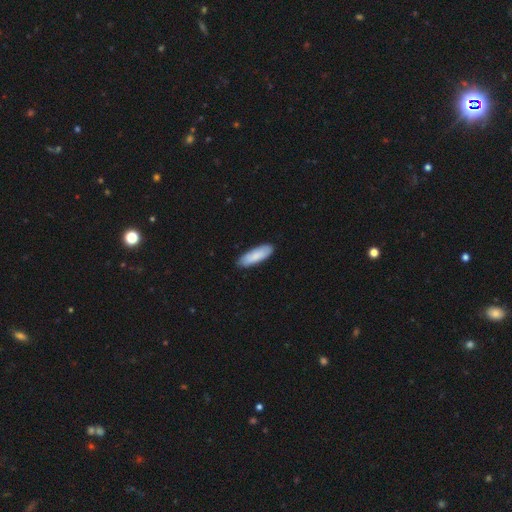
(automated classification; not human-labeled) A smooth galaxy with no disk features (84%) that is in between round and cigar-shaped (54%).

Vote fractions:
- Smooth or featured? smooth: 84% / featured or disk: 11% / star or artifact: 5%
- How rounded? in between: 54% / cigar-shaped: 44% / round: 1%
- Merging? none: 86% / minor disturbance: 11% / major disturbance: 2% / merger: 1%